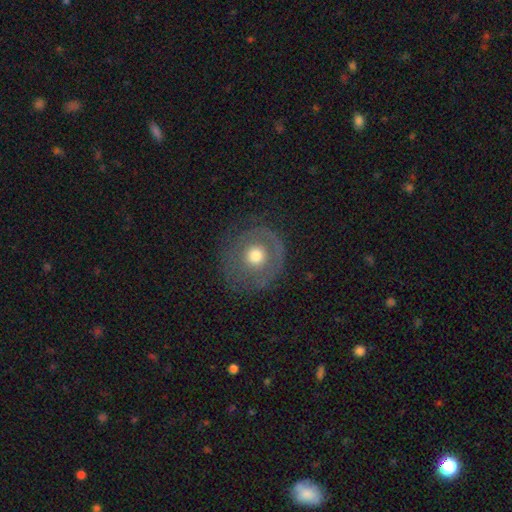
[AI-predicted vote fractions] A smooth galaxy with no disk features (52%) that is round (89%).

Vote fractions:
- Smooth or featured? smooth: 52% / featured or disk: 39% / star or artifact: 9%
- How rounded? round: 89% / in between: 10% / cigar-shaped: 1%
- Merging? none: 73% / minor disturbance: 15% / major disturbance: 10% / merger: 1%